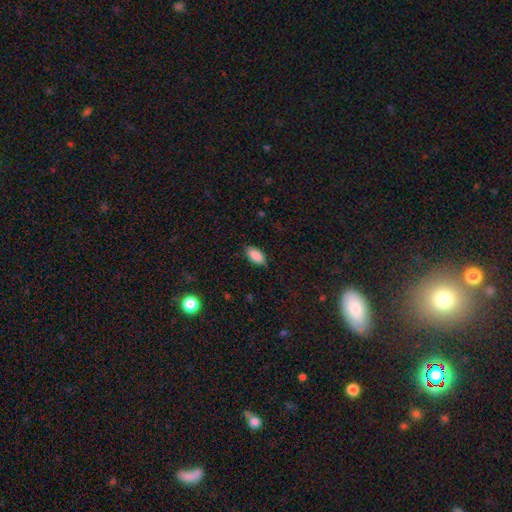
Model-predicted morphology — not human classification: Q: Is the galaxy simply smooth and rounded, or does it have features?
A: smooth — 88%.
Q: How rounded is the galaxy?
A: in between — 93%.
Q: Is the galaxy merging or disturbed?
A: none — 79%.